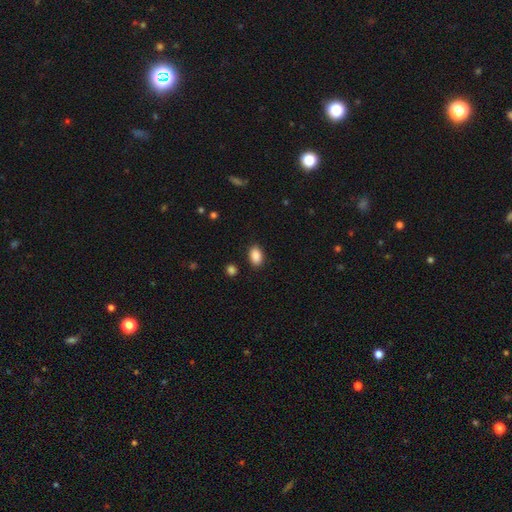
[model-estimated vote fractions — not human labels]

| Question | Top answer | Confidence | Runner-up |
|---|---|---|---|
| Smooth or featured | smooth | 89% | star or artifact (8%) |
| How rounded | in between | 87% | round (12%) |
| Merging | none | 87% | minor disturbance (9%) |